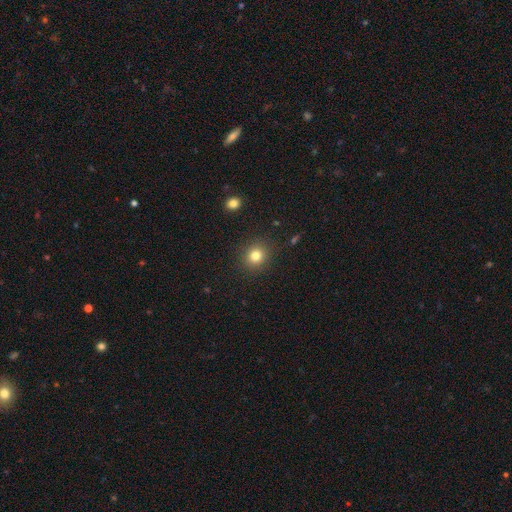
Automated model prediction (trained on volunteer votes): Q: Smooth or featured?
A: smooth (81%); runner-up: star or artifact (13%)
Q: How rounded?
A: round (85%); runner-up: in between (14%)
Q: Merging?
A: none (90%); runner-up: minor disturbance (7%)